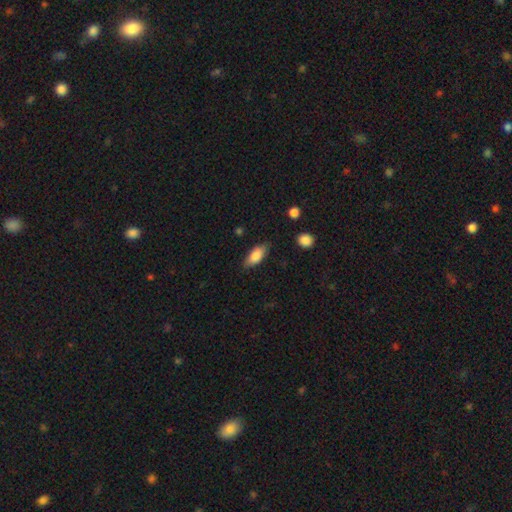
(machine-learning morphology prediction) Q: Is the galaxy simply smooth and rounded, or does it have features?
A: smooth — 78%.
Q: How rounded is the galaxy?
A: in between — 80%.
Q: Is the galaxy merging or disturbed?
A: none — 80%.